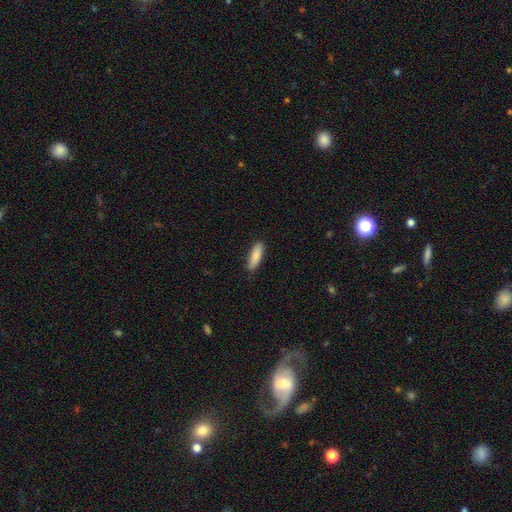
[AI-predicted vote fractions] The model was most divided on "how rounded" (2-way tie): cigar-shaped: 49%, in between: 49%, round: 2%. More confident: merging — none (87%); smooth or featured — smooth (84%).